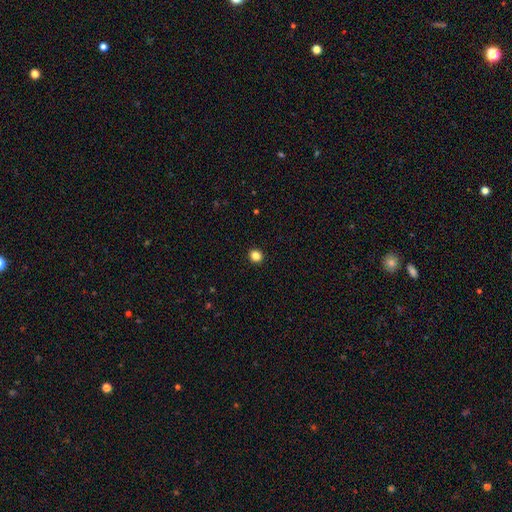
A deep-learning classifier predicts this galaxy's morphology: A smooth galaxy with no disk features (84%) that is round (86%).

Vote fractions:
- Smooth or featured? smooth: 84% / star or artifact: 12% / featured or disk: 4%
- How rounded? round: 86% / in between: 13% / cigar-shaped: 1%
- Merging? none: 93% / minor disturbance: 5% / major disturbance: 1% / merger: 1%